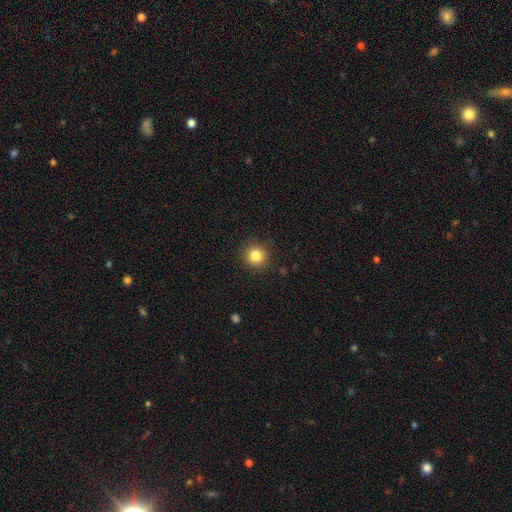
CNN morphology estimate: smooth_or_featured: smooth (p=0.83) [alt: star or artifact p=0.11]
how_rounded: round (p=0.94) [alt: in between p=0.05]
merging: none (p=0.91) [alt: minor disturbance p=0.06]